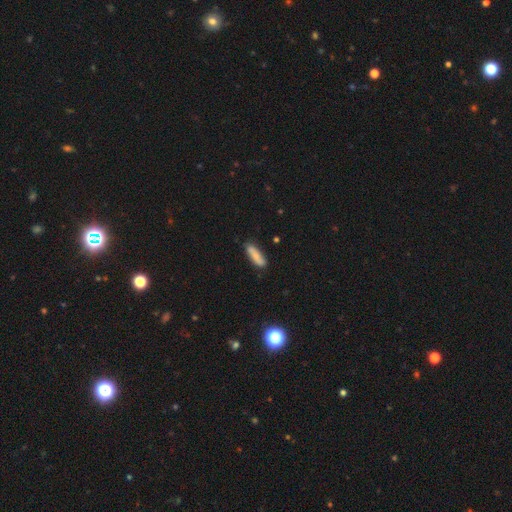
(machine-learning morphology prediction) Overall: smooth (69%). How rounded: cigar-shaped (58%; in between 40%). Merging: none (80%).